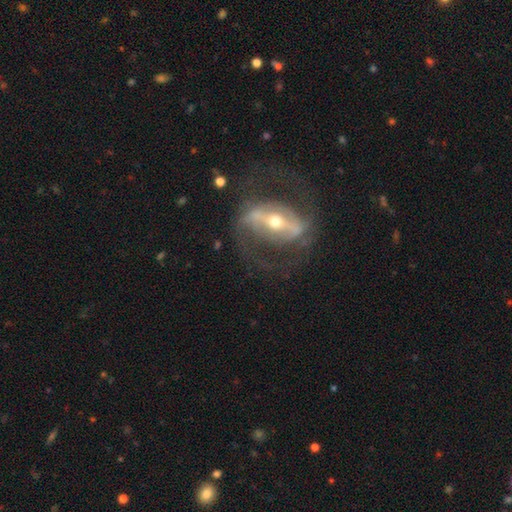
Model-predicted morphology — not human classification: The model was most divided on "bulge size": moderate: 50%, small: 42%, large: 5%, dominant: 2%, none: 1%. More confident: edge-on disk — no (86%); smooth or featured — featured or disk (79%); merging — none (69%); spiral arms — yes (67%); bar — strong (56%).